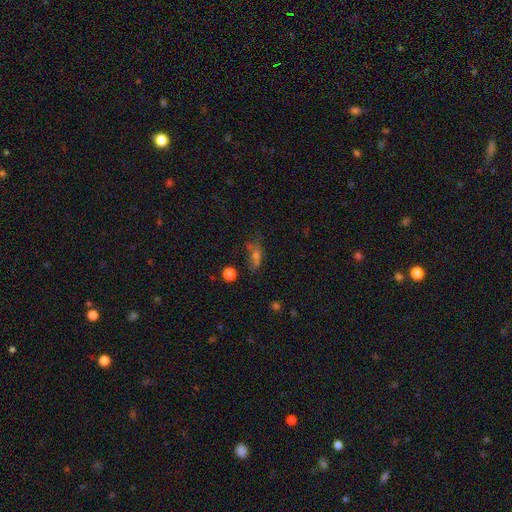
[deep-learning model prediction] A smooth galaxy with no disk features (42%). Merging: none (54%).